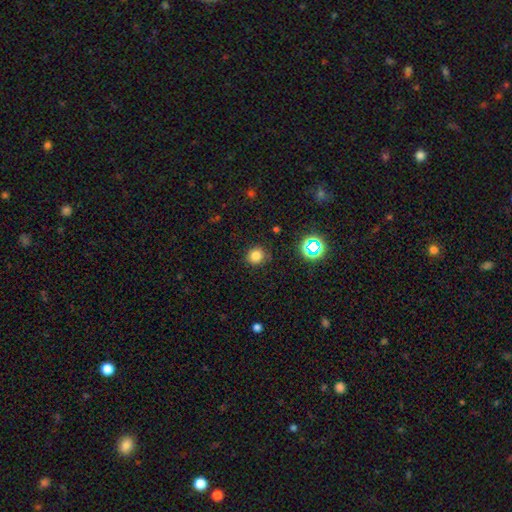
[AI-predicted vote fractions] The model was most divided on "smooth or featured": smooth: 78%, star or artifact: 16%, featured or disk: 5%. More confident: how rounded — round (89%); merging — none (86%).